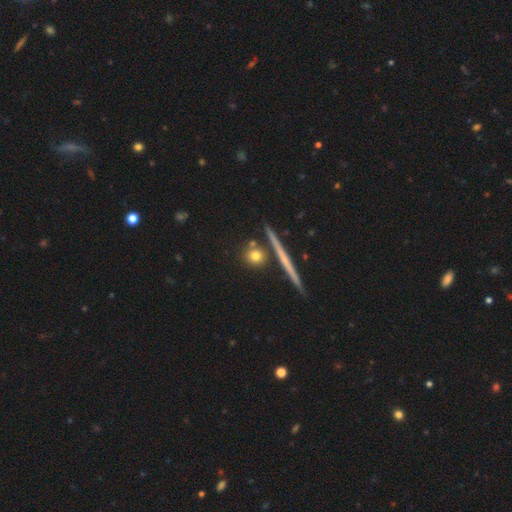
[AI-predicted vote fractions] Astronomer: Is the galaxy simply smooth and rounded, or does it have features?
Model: smooth — 72%.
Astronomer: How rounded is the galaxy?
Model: round — 82%.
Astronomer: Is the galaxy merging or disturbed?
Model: none — 79%.